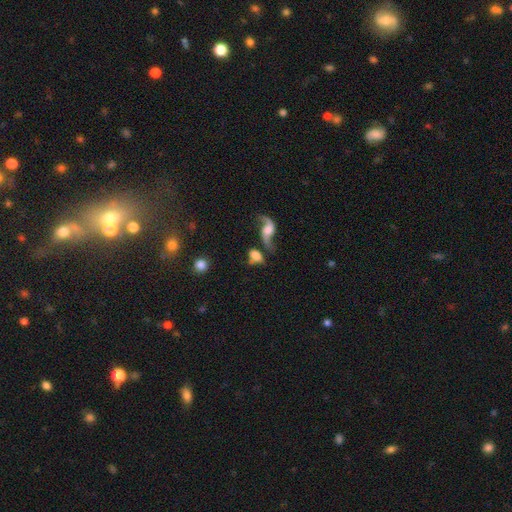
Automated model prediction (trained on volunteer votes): The model was most divided on "smooth or featured": smooth: 46%, featured or disk: 42%, star or artifact: 11%. Remaining: merging — none (42%).